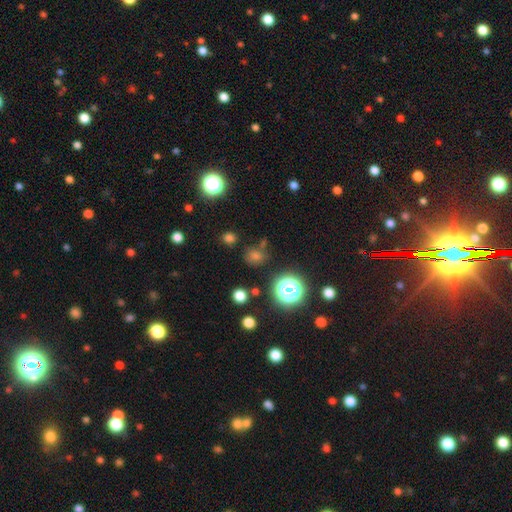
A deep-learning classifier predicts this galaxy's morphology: This appears to be a smooth galaxy with no disk features (54%) that is round (85%). Merging: none (80%).